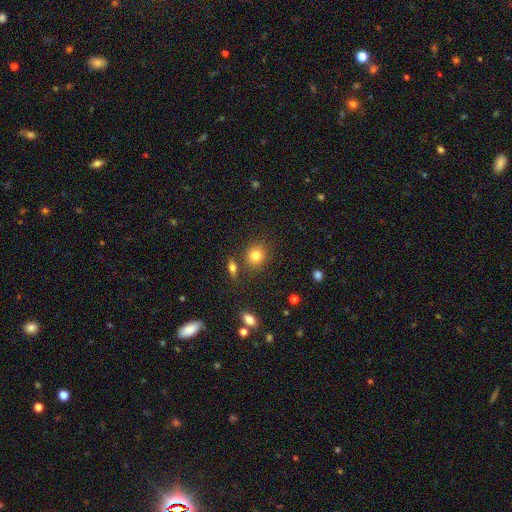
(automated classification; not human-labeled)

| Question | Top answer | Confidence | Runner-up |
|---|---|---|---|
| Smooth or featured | smooth | 81% | star or artifact (11%) |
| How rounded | round | 77% | in between (22%) |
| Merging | none | 78% | minor disturbance (10%) |